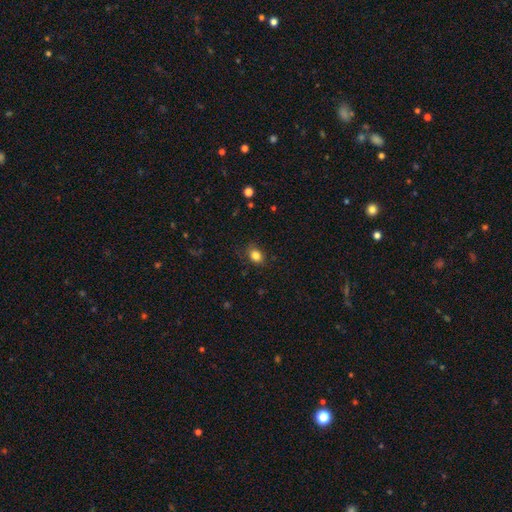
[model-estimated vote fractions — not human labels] Smooth or featured? Predicted: smooth (p=0.84). How rounded? Predicted: in between (p=0.60). Merging? Predicted: none (p=0.82).